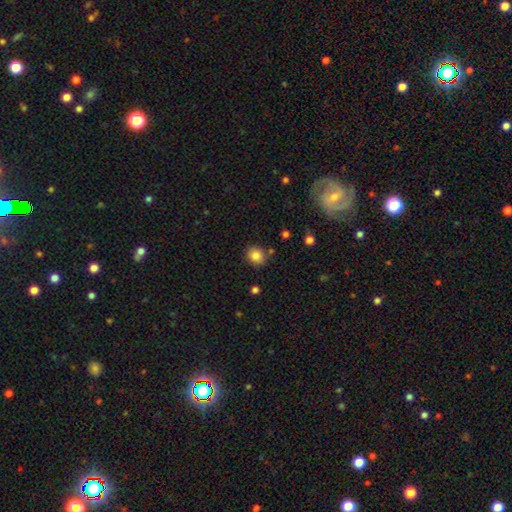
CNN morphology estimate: Smooth or featured: smooth — 84% (star or artifact — 10%)
How rounded: round — 69% (in between — 30%)
Merging: none — 83% (minor disturbance — 11%)